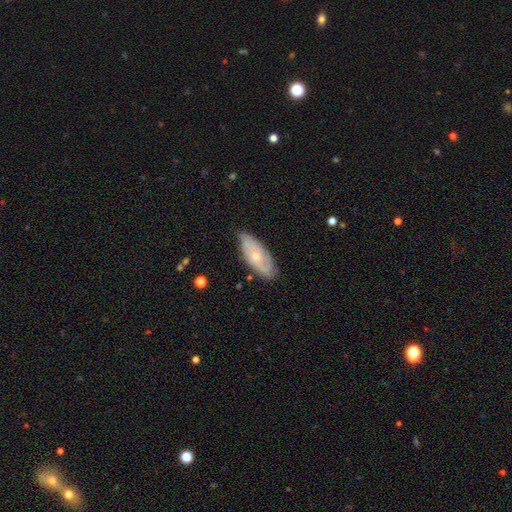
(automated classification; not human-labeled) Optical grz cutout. It shows a featured or disk galaxy (62%) with no bar (80%), spiral arms (76%) and a small central bulge (65%). Merging: none (72%).